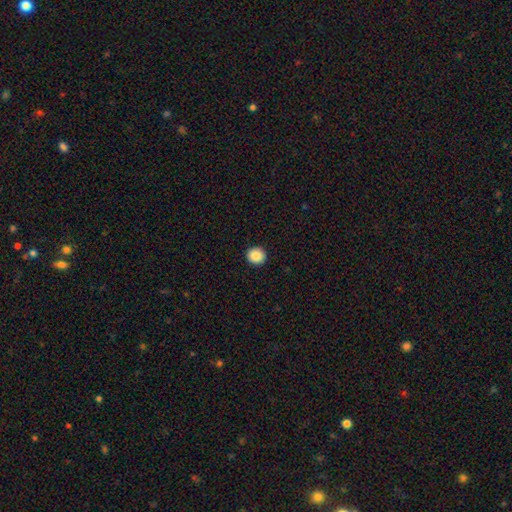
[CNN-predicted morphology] The model was most divided on "smooth or featured": smooth: 88%, star or artifact: 8%, featured or disk: 4%. More confident: merging — none (94%); how rounded — round (93%).